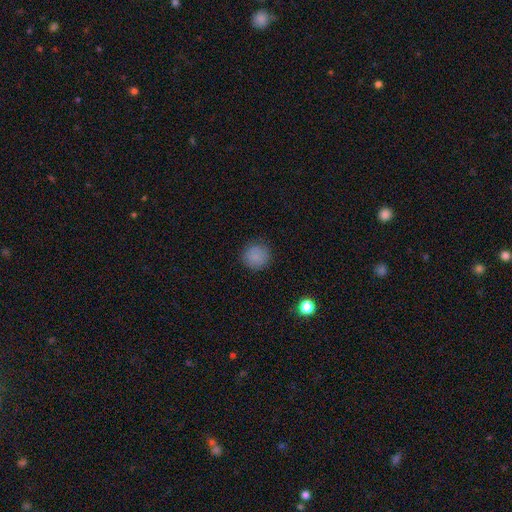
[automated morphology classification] Q: Smooth or featured?
A: smooth (84%); runner-up: star or artifact (10%)
Q: How rounded?
A: round (92%); runner-up: in between (7%)
Q: Merging?
A: none (87%); runner-up: minor disturbance (10%)